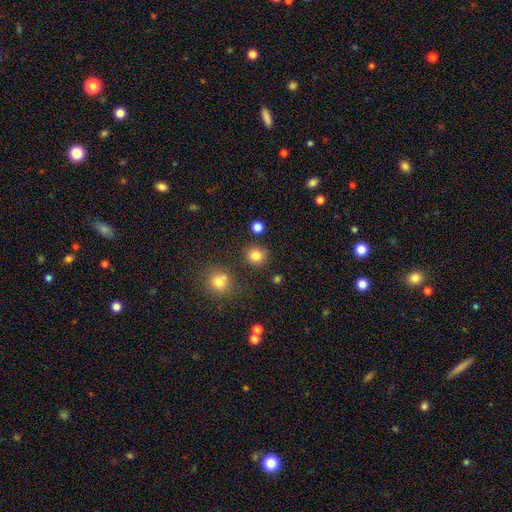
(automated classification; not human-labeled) smooth-or-featured: smooth: 83% | star or artifact: 12% | featured or disk: 5%
  how-rounded: round: 87% | in between: 12% | cigar-shaped: 1%
  merging: none: 85% | minor disturbance: 8% | merger: 5% | major disturbance: 3%